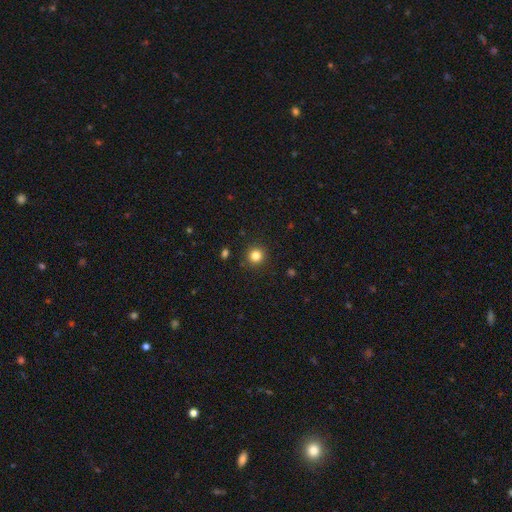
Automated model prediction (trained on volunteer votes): The model was most divided on "smooth or featured": smooth: 83%, star or artifact: 12%, featured or disk: 5%. More confident: how rounded — round (94%); merging — none (92%).